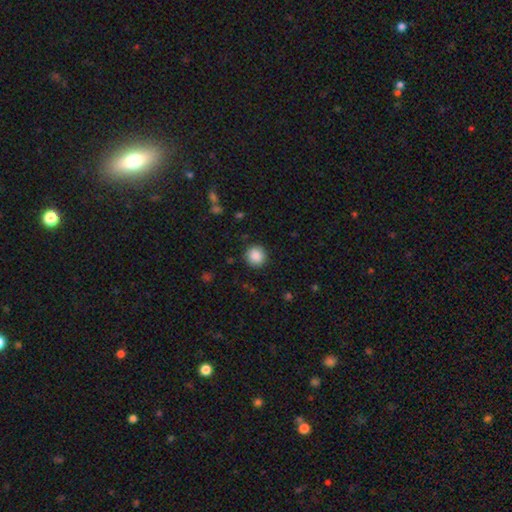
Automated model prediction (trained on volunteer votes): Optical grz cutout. It shows a smooth galaxy with no disk features (88%) that is round (93%). Merging: none (90%).